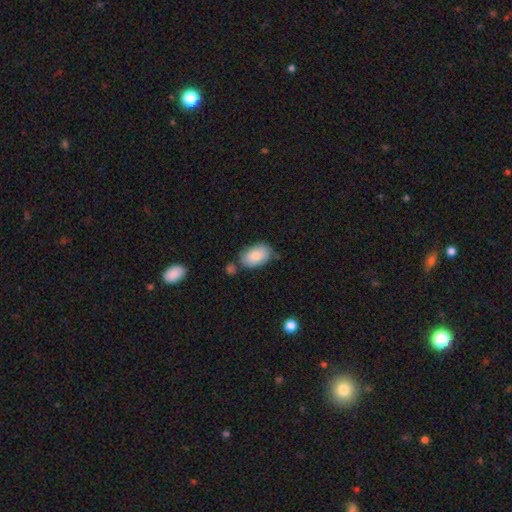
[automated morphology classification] Smooth or featured? smooth (84%)
How rounded? in between (92%)
Merging? none (64%)